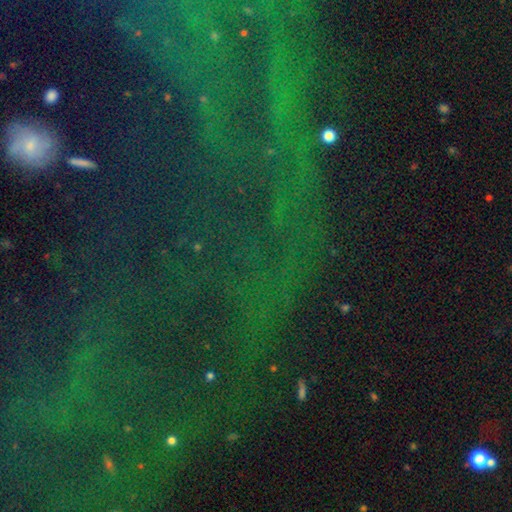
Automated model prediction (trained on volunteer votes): A star or artifact, not a galaxy (80%).

Vote fractions:
- Smooth or featured? star or artifact: 80% / smooth: 10% / featured or disk: 10%